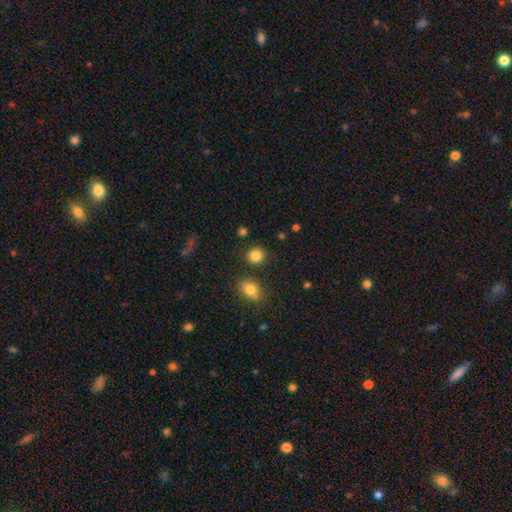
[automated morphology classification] Smooth or featured?
  - smooth: 84% *
  - star or artifact: 11%
  - featured or disk: 5%
How rounded?
  - round: 85% *
  - in between: 14%
  - cigar-shaped: 1%
Merging?
  - none: 86% *
  - minor disturbance: 7%
  - merger: 4%
  - major disturbance: 3%